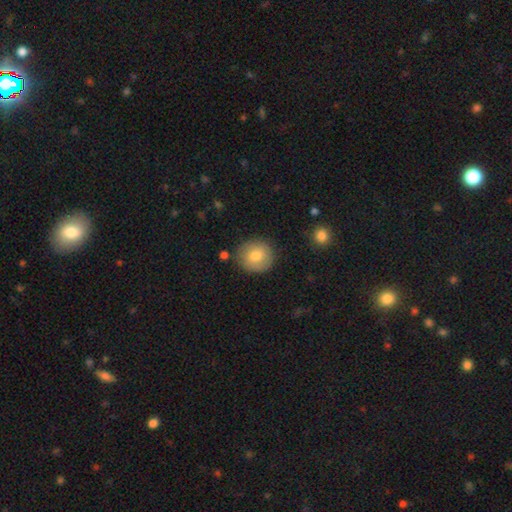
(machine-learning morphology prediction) Q: Smooth or featured?
A: smooth (78%); runner-up: featured or disk (14%)
Q: How rounded?
A: round (89%); runner-up: in between (10%)
Q: Merging?
A: none (84%); runner-up: minor disturbance (11%)